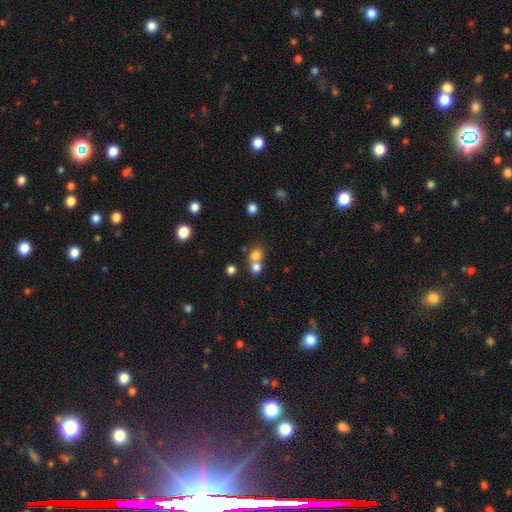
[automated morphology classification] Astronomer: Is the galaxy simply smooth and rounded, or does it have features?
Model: smooth — 76%.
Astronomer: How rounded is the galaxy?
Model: round — 78%.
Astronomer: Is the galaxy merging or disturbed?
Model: merger — 50% (runner-up: none, 41%).